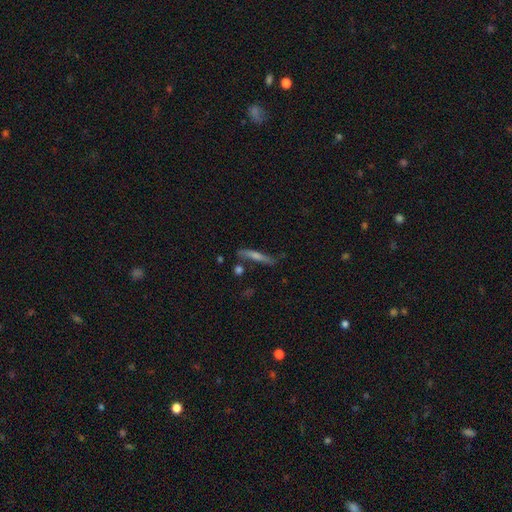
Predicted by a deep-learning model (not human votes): Morphology: type=featured or disk (51%); edge-on=yes (91%); merging=none (76%).